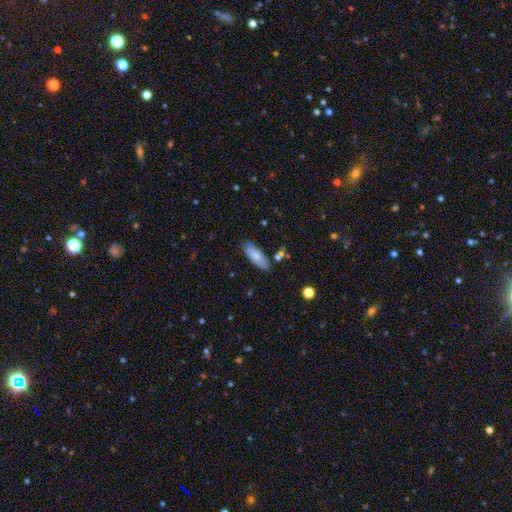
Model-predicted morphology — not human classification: Overall: smooth (82%). How rounded: in between (74%). Merging: none (78%).